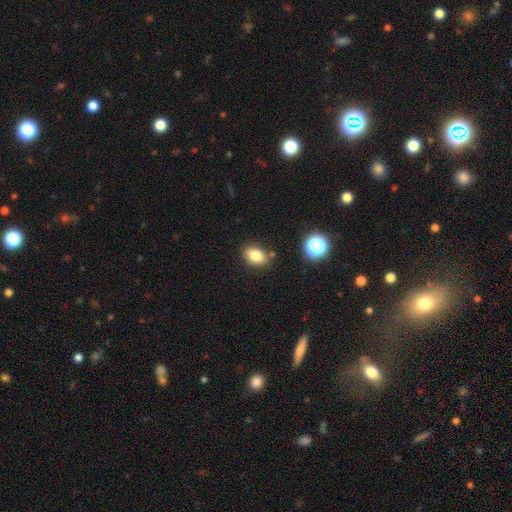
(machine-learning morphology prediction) This is clearly a smooth galaxy (81%). How rounded: likely in between (72%). Merging: clearly none (81%).